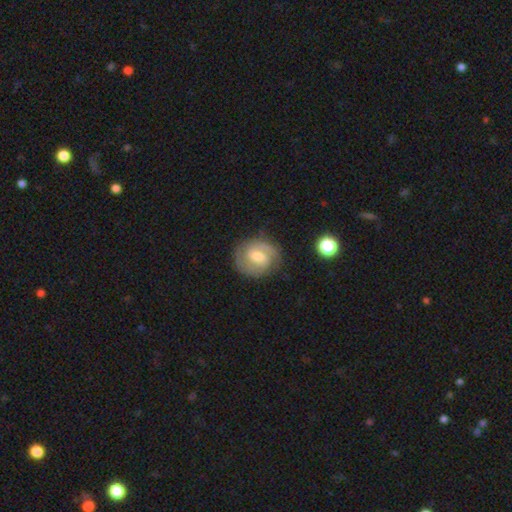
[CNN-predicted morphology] Smooth or featured: featured or disk — 73% (smooth — 21%)
Edge-on disk: no — 97% (yes — 3%)
Bar: weak — 56% (no — 27%)
Spiral arms: yes — 92% (no — 8%)
Spiral winding: tight — 52% (medium — 38%)
Spiral arm count: 2 — 77% (can't tell — 12%)
Bulge size: moderate — 62% (small — 28%)
Merging: none — 79% (minor disturbance — 14%)